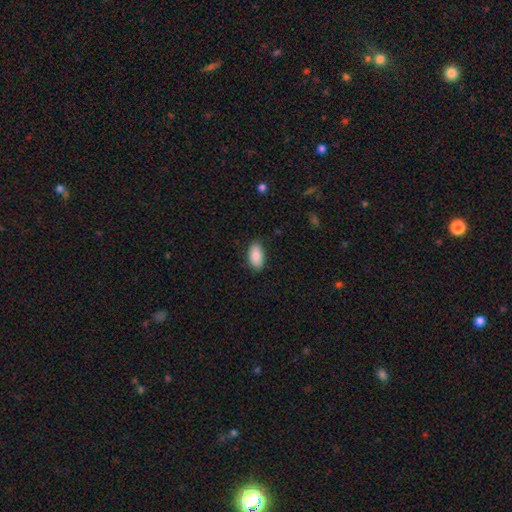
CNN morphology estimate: Smooth or featured?
  - smooth: 83% *
  - featured or disk: 10%
  - star or artifact: 7%
How rounded?
  - in between: 94% *
  - round: 4%
  - cigar-shaped: 2%
Merging?
  - none: 83% *
  - minor disturbance: 13%
  - major disturbance: 2%
  - merger: 1%